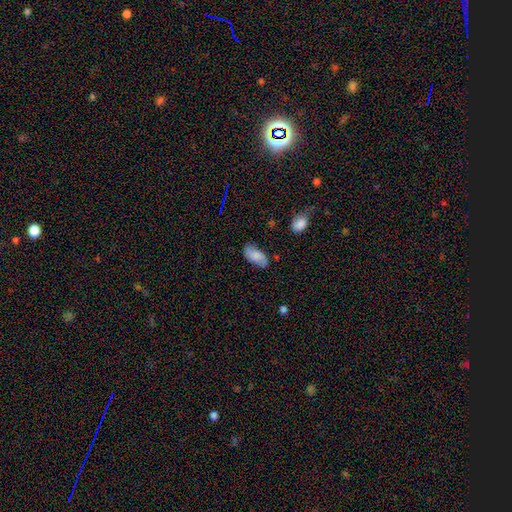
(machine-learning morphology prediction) type=smooth (65%); roundness=in between (93%); merging=none (73%).